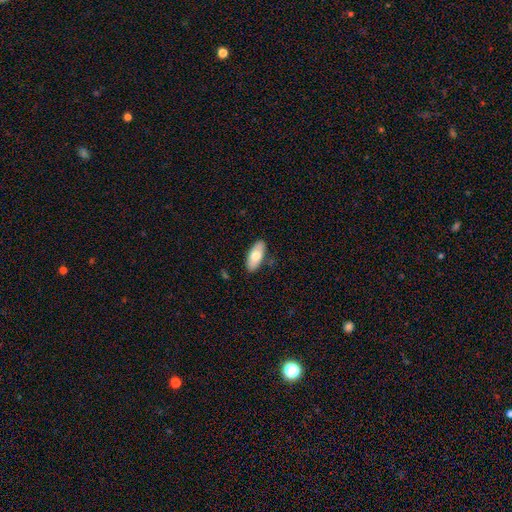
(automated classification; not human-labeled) A smooth galaxy with no disk features (72%) that is in between round and cigar-shaped (86%). Merging: none (85%).